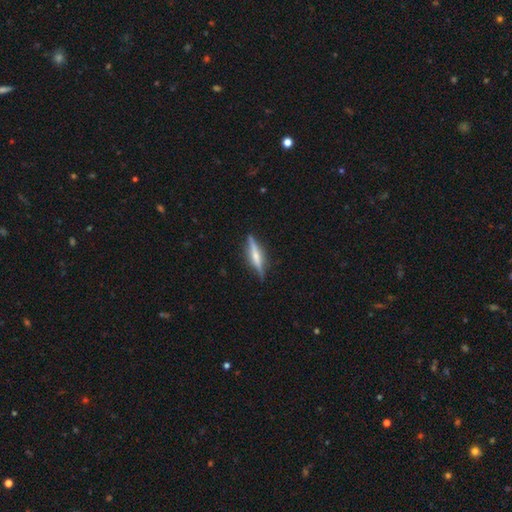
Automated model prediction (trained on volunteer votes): Smooth or featured? featured or disk (66%)
Edge-on disk? yes (96%)
Edge-on bulge? rounded (69%)
Merging? none (86%)